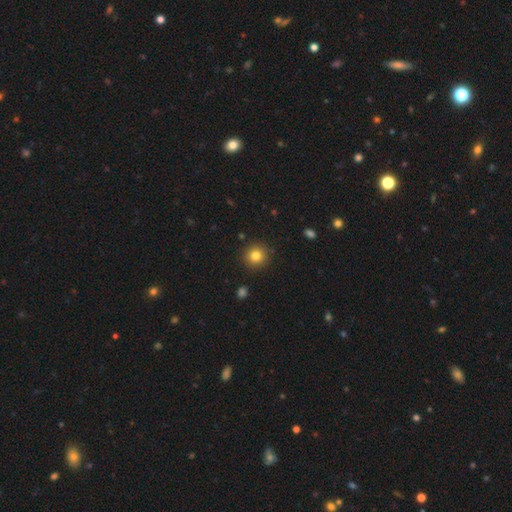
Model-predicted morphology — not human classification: Q: Smooth or featured?
A: smooth (81%); runner-up: star or artifact (12%)
Q: How rounded?
A: round (94%); runner-up: in between (5%)
Q: Merging?
A: none (90%); runner-up: minor disturbance (6%)